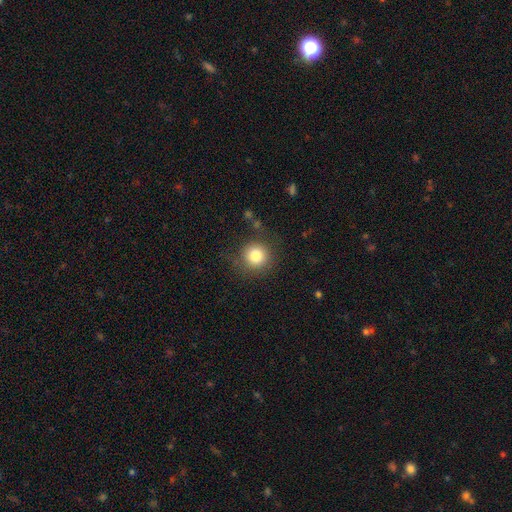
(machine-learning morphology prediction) A smooth galaxy with no disk features (82%) that is round (93%).

Vote fractions:
- Smooth or featured? smooth: 82% / star or artifact: 11% / featured or disk: 7%
- How rounded? round: 93% / in between: 6% / cigar-shaped: 1%
- Merging? none: 82% / minor disturbance: 11% / major disturbance: 5% / merger: 2%